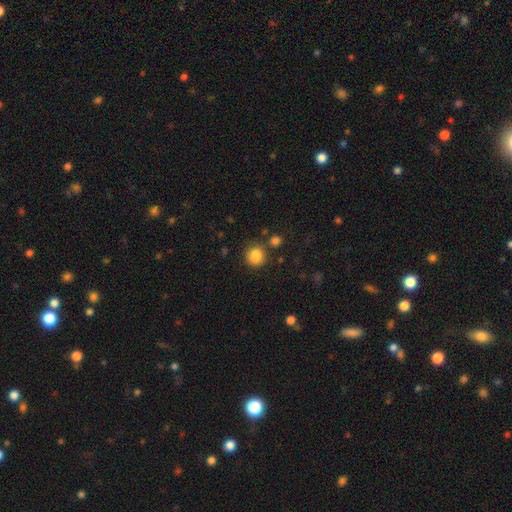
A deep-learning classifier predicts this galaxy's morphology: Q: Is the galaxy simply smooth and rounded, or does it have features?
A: smooth — 86%.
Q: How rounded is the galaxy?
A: round — 77%.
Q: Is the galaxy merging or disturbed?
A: none — 74%.